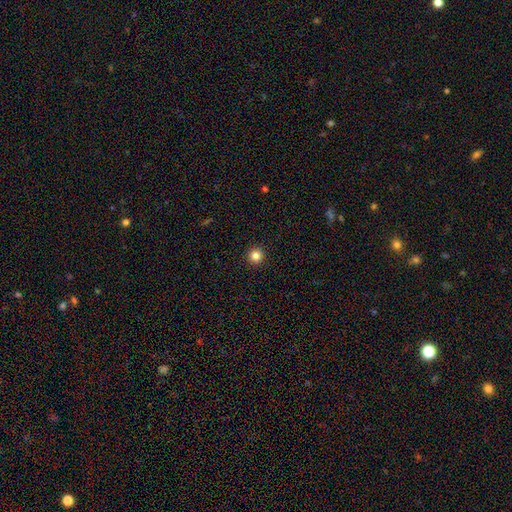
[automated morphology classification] The model was most divided on "smooth or featured": smooth: 84%, star or artifact: 12%, featured or disk: 4%. More confident: how rounded — round (96%); merging — none (94%).